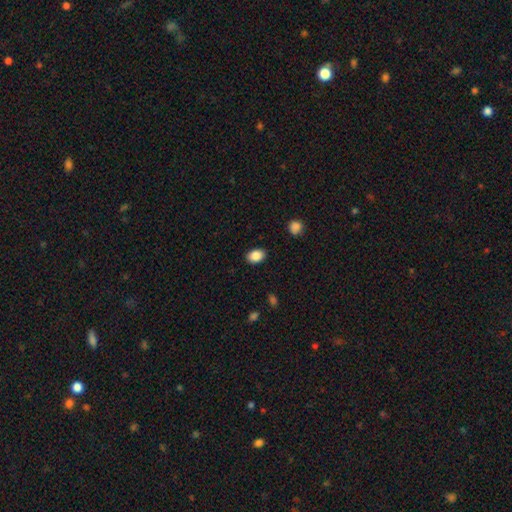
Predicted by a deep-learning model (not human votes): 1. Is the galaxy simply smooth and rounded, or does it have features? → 88% smooth, 8% star or artifact, 4% featured or disk.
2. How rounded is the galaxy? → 81% in between, 18% round, 1% cigar-shaped.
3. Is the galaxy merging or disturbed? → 87% none, 9% minor disturbance, 2% major disturbance, 1% merger.